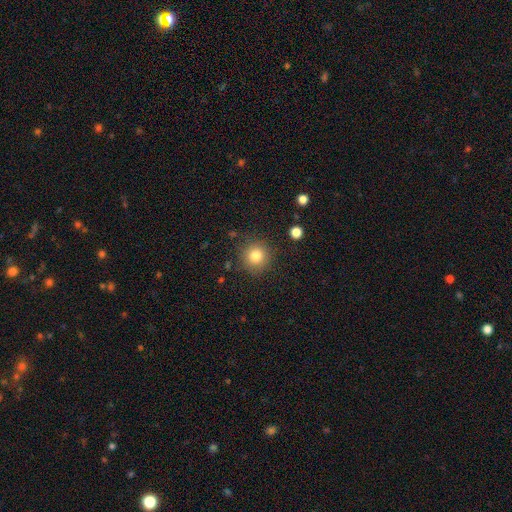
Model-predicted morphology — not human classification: Q: Smooth or featured?
A: smooth (81%); runner-up: star or artifact (12%)
Q: How rounded?
A: round (94%); runner-up: in between (5%)
Q: Merging?
A: none (87%); runner-up: minor disturbance (8%)